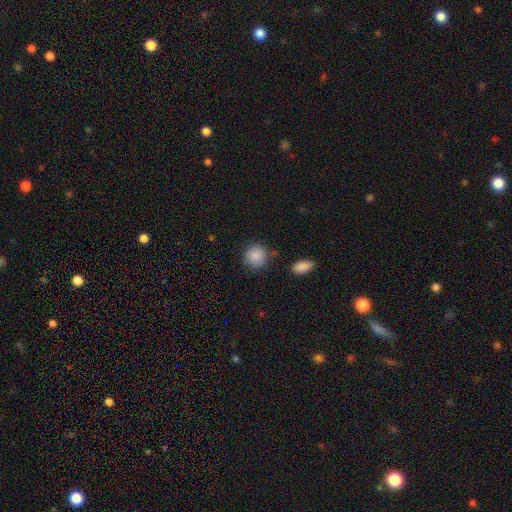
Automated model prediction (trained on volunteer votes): Overall: smooth (89%). How rounded: round (89%). Merging: none (81%).